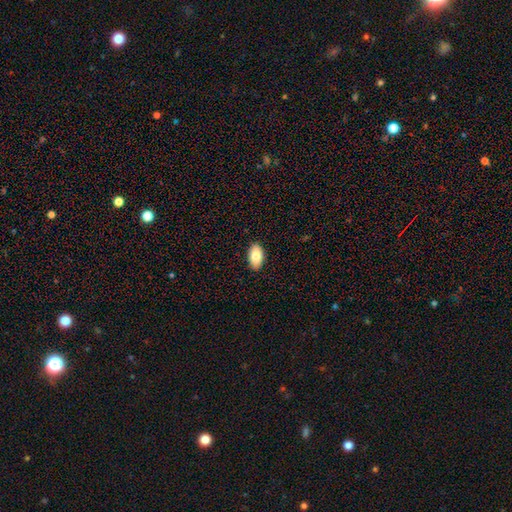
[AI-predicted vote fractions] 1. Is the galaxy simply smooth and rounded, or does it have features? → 83% smooth, 10% featured or disk, 7% star or artifact.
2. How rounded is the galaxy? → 94% in between, 3% round, 2% cigar-shaped.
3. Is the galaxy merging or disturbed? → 89% none, 8% minor disturbance, 2% major disturbance, 1% merger.